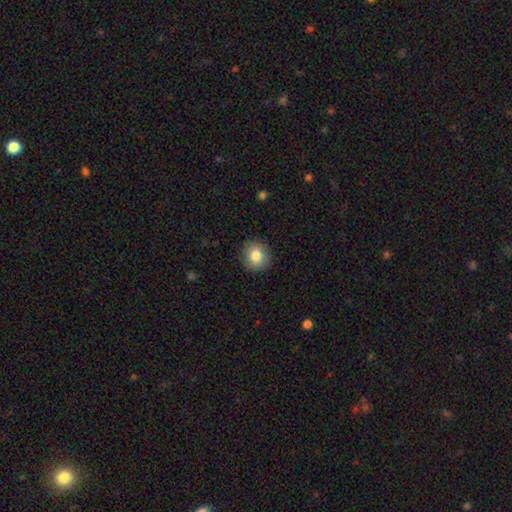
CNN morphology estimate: Smooth or featured? Predicted: smooth (p=0.83). How rounded? Predicted: round (p=0.84). Merging? Predicted: none (p=0.90).